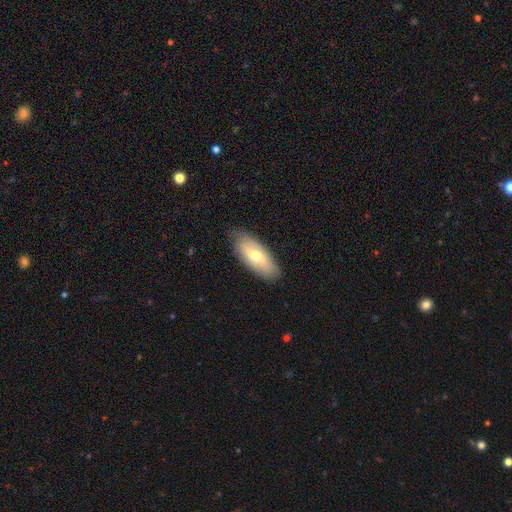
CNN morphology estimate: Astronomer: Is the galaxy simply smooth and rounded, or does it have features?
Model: smooth — 60%.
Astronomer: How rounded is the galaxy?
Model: in between — 81%.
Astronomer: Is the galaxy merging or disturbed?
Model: none — 82%.